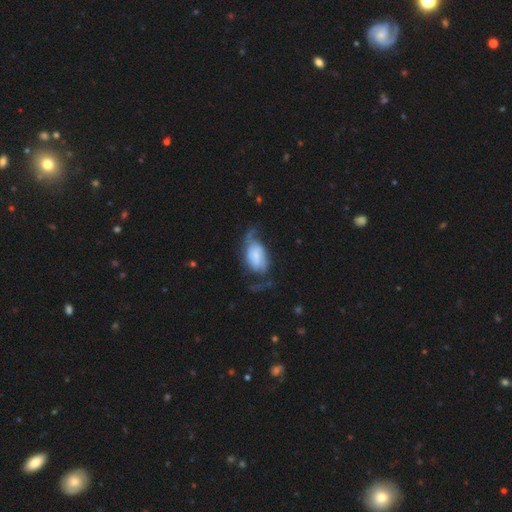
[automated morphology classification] Overall: featured or disk (65%; smooth 28%). Edge-on disk: no (95%). Bar: no (48%; weak 39%). Spiral arms: yes (87%). Spiral arm count: 2 (79%). Spiral winding: loose (51%; medium 33%). Bulge size: small (44%; none 21%). Merging: none (40%; major disturbance 34%).